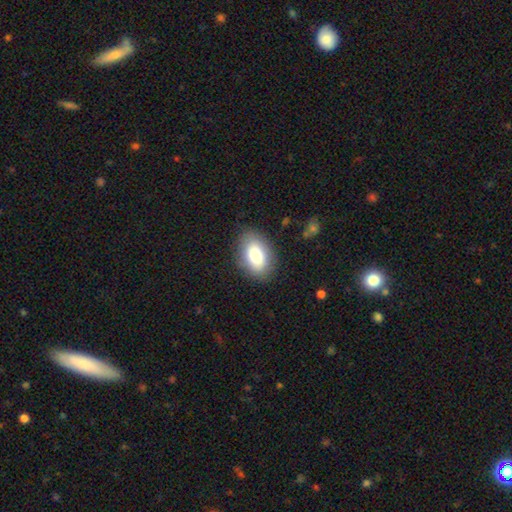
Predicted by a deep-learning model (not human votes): This is likely a smooth galaxy (78%). How rounded: clearly in between (88%). Merging: clearly none (85%).